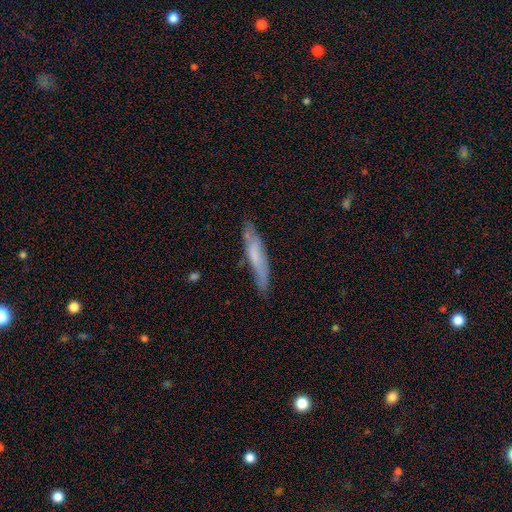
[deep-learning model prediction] Smooth or featured?
  - smooth: 54% *
  - featured or disk: 40%
  - star or artifact: 6%
How rounded?
  - cigar-shaped: 89% *
  - in between: 10%
  - round: 1%
Merging?
  - none: 79% *
  - minor disturbance: 16%
  - major disturbance: 3%
  - merger: 2%